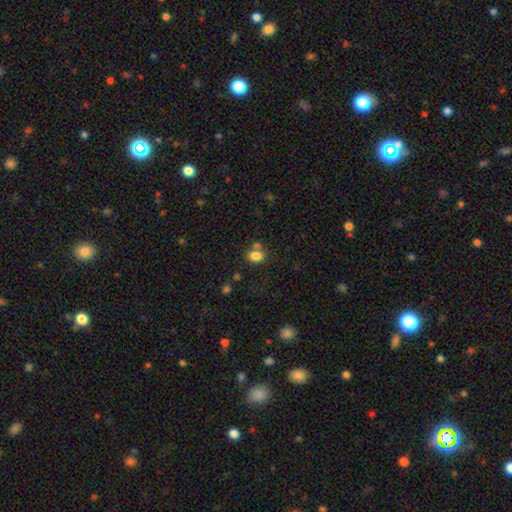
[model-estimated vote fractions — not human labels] Overall: smooth (81%). How rounded: in between (55%; round 44%). Merging: none (57%; merger 26%).